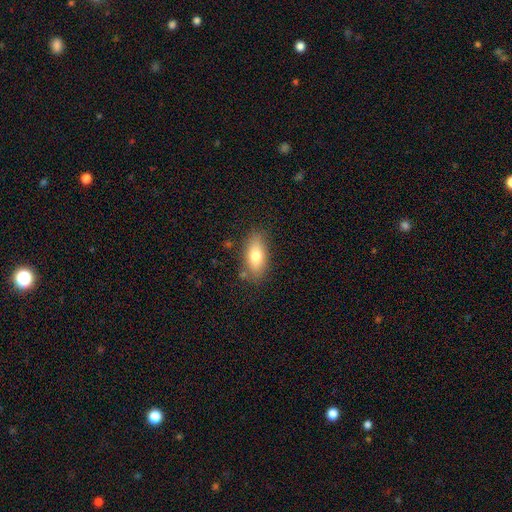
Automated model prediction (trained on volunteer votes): smooth 77%, featured or disk 16%, star or artifact 7%. Down the decision tree: how rounded — in between (81%); merging — none (80%).